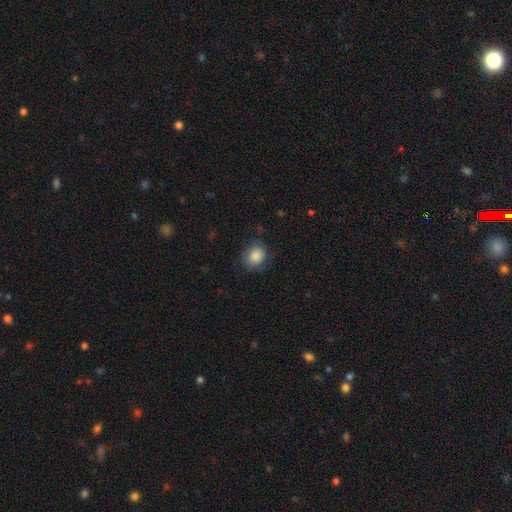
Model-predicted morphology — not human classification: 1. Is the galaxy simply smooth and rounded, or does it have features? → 83% smooth, 9% featured or disk, 8% star or artifact.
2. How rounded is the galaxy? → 60% round, 39% in between, 1% cigar-shaped.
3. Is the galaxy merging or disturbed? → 72% none, 20% minor disturbance, 7% major disturbance, 1% merger.